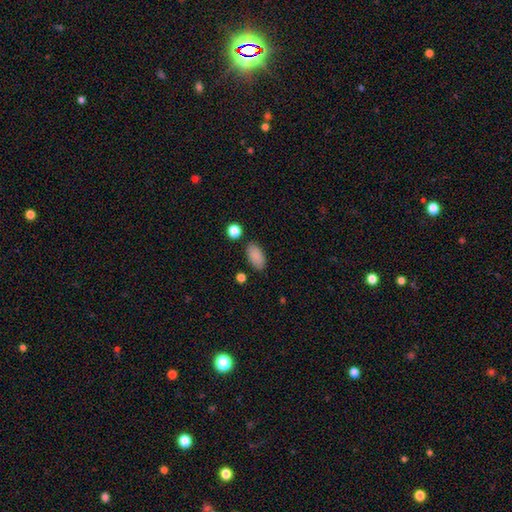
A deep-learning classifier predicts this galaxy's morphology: smooth_or_featured: smooth (p=0.88) [alt: star or artifact p=0.07]
how_rounded: in between (p=0.93) [alt: round p=0.04]
merging: none (p=0.85) [alt: minor disturbance p=0.10]